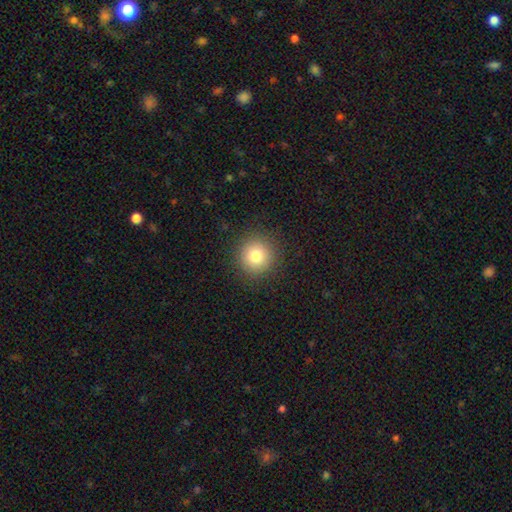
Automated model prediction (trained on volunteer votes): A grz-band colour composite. It shows a smooth galaxy with no disk features (81%) that is round (94%). Merging: none (90%).